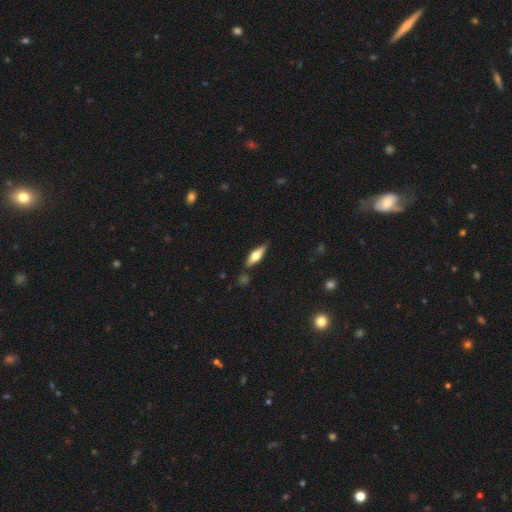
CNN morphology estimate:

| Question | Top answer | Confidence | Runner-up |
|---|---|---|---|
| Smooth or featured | featured or disk | 53% | smooth (41%) |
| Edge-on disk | yes | 93% | no (7%) |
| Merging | none | 84% | minor disturbance (11%) |